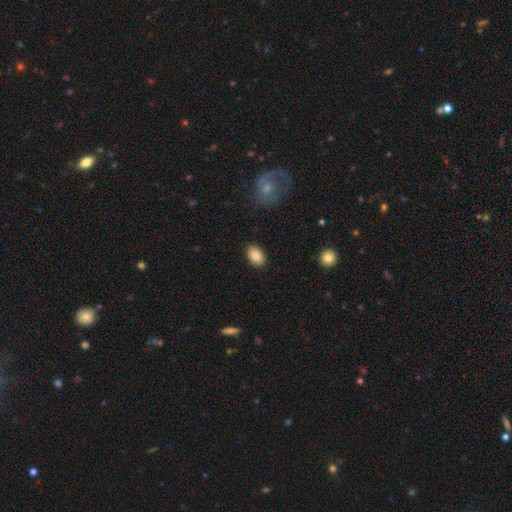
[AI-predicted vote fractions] Smooth or featured?
  - smooth: 87% *
  - star or artifact: 7%
  - featured or disk: 6%
How rounded?
  - in between: 89% *
  - round: 9%
  - cigar-shaped: 1%
Merging?
  - none: 88% *
  - minor disturbance: 8%
  - major disturbance: 2%
  - merger: 1%